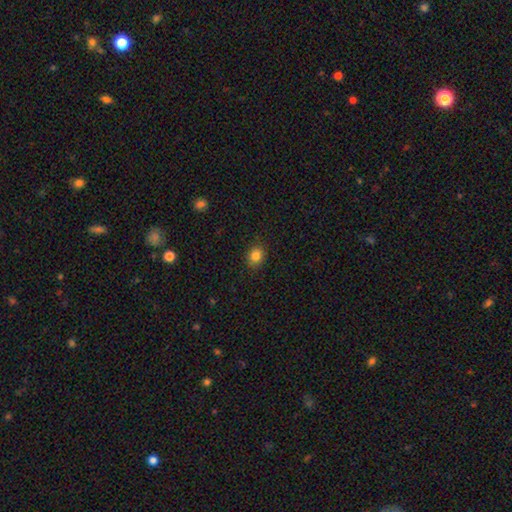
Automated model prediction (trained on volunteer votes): smooth 83%, star or artifact 11%, featured or disk 6%. Down the decision tree: how rounded — round (60%); merging — none (88%).